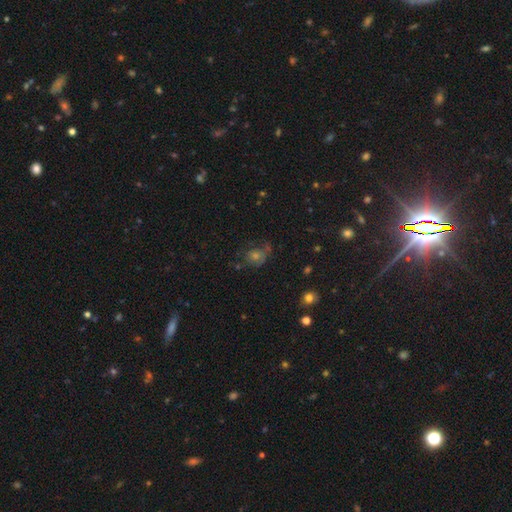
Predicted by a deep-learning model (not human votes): Smooth or featured?
  - smooth: 39% *
  - star or artifact: 32%
  - featured or disk: 28%
Merging?
  - none: 58% *
  - minor disturbance: 20%
  - major disturbance: 17%
  - merger: 5%